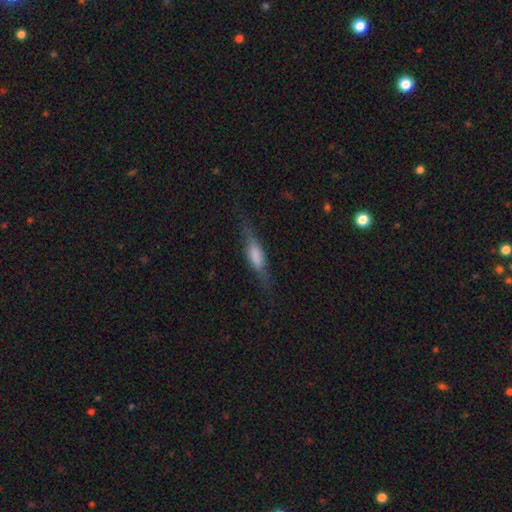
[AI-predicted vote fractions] Morphology: type=smooth (54%); roundness=cigar-shaped (60%); merging=none (71%).